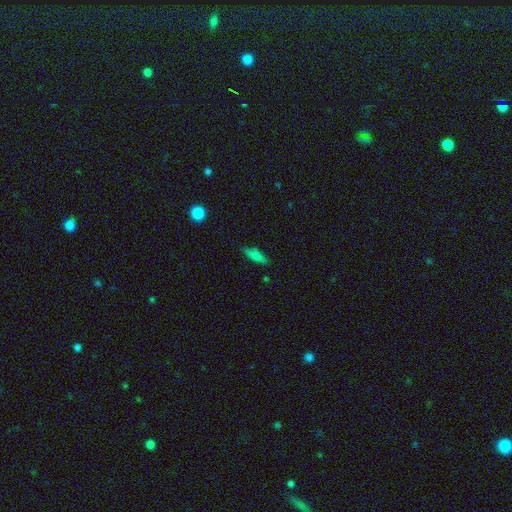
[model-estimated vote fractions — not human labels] Overall: smooth (69%). How rounded: cigar-shaped (60%; in between 37%). Merging: none (81%).